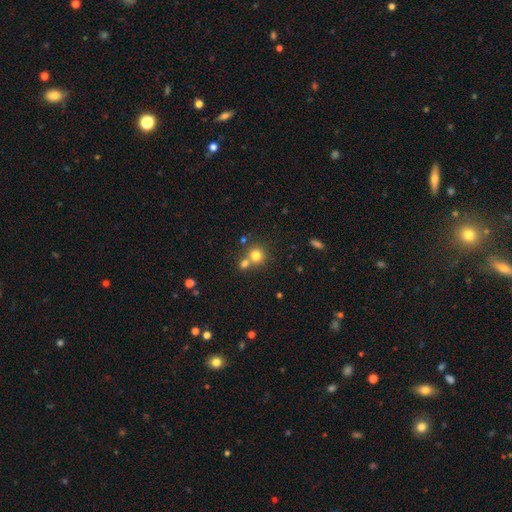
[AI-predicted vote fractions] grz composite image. It shows a smooth galaxy with no disk features (77%) that is round (88%). Merging: none (52%).